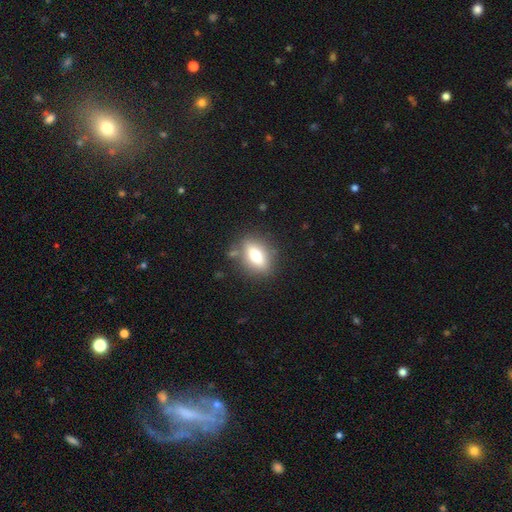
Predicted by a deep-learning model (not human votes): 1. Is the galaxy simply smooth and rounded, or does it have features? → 65% smooth, 26% featured or disk, 8% star or artifact.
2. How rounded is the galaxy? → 74% in between, 14% round, 12% cigar-shaped.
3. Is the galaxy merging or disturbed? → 80% none, 12% minor disturbance, 4% merger, 4% major disturbance.